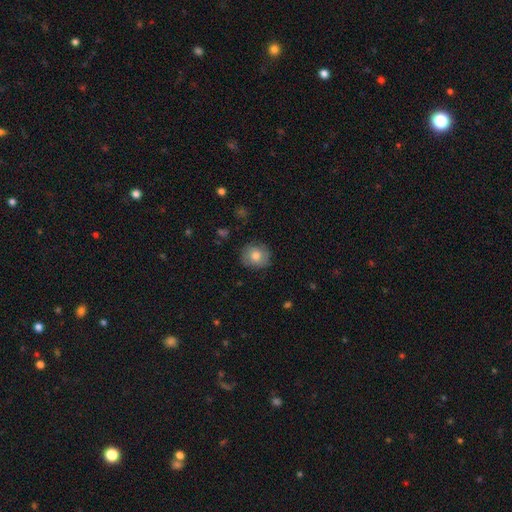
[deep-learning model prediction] Morphology: type=smooth (74%); roundness=round (83%); merging=none (83%).